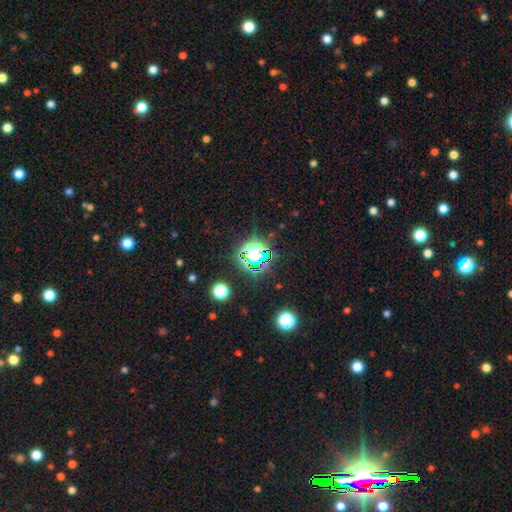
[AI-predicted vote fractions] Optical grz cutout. It shows a star or artifact, not a galaxy (63%).